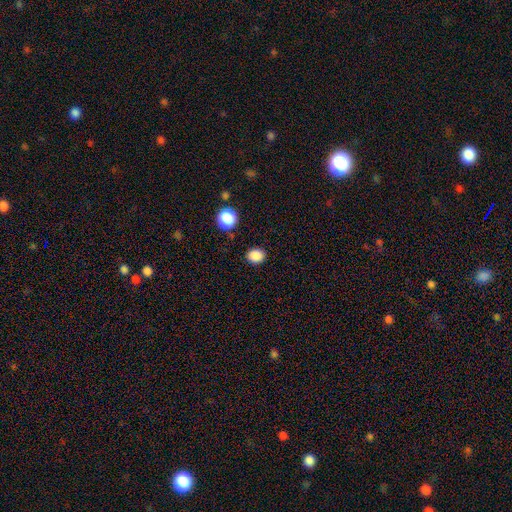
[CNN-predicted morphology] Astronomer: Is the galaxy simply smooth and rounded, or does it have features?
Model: smooth — 86%.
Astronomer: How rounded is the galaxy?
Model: round — 63%.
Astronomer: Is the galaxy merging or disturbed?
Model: none — 88%.